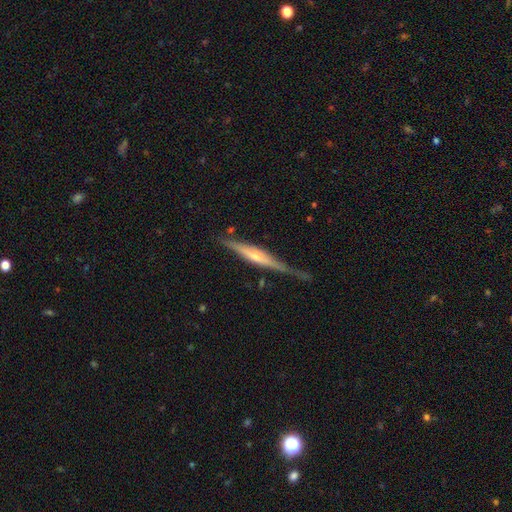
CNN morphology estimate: A featured or disk galaxy (73%) viewed edge-on (96%) with a rounded central bulge (63%).

Vote fractions:
- Smooth or featured? featured or disk: 73% / smooth: 21% / star or artifact: 6%
- Edge-on disk? yes: 96% / no: 4%
- Edge-on bulge? rounded: 63% / none: 20% / boxy: 17%
- Merging? none: 71% / minor disturbance: 21% / major disturbance: 5% / merger: 3%